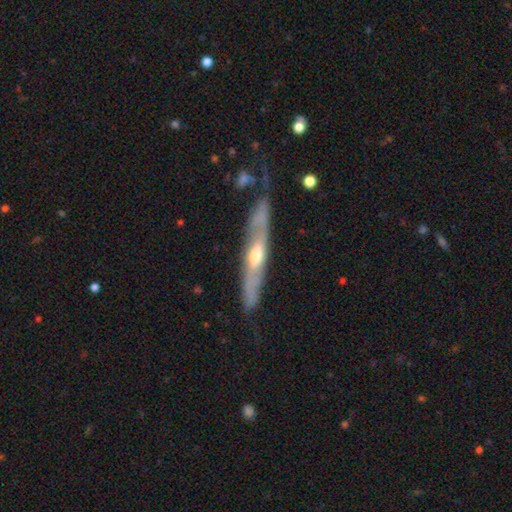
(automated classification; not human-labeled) This is likely a featured or disk galaxy (70%). It is likely viewed edge-on (70%). Merging: likely none (69%).